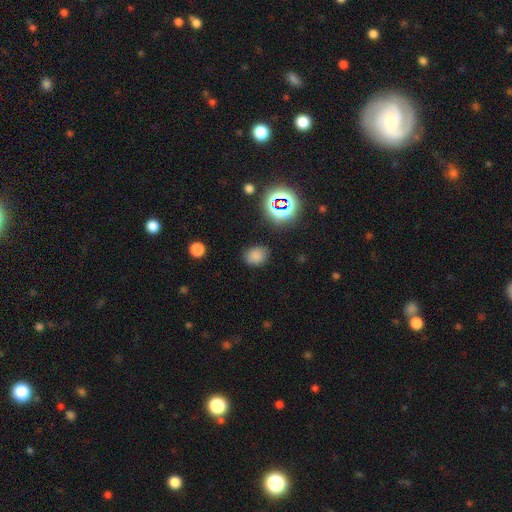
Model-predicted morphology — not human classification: smooth-or-featured: smooth: 75% | star or artifact: 19% | featured or disk: 6%
  how-rounded: in between: 52% | round: 47% | cigar-shaped: 1%
  merging: none: 80% | minor disturbance: 14% | major disturbance: 4% | merger: 2%